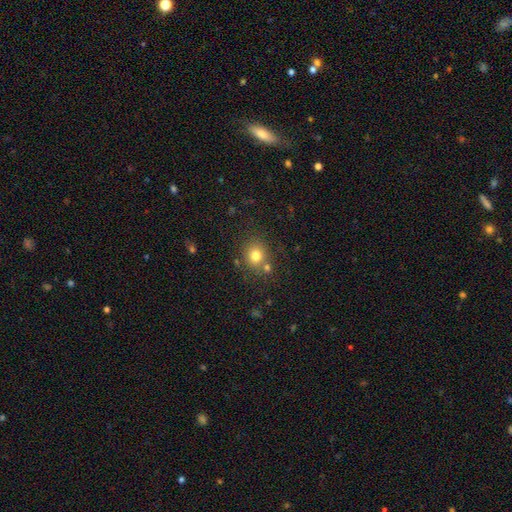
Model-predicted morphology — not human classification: smooth 78%, star or artifact 13%, featured or disk 9%. Down the decision tree: how rounded — round (77%); merging — none (72%).